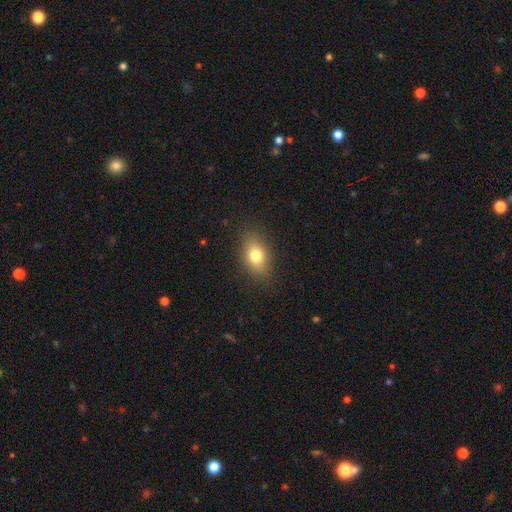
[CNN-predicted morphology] Overall: smooth (77%). How rounded: in between (82%). Merging: none (85%).